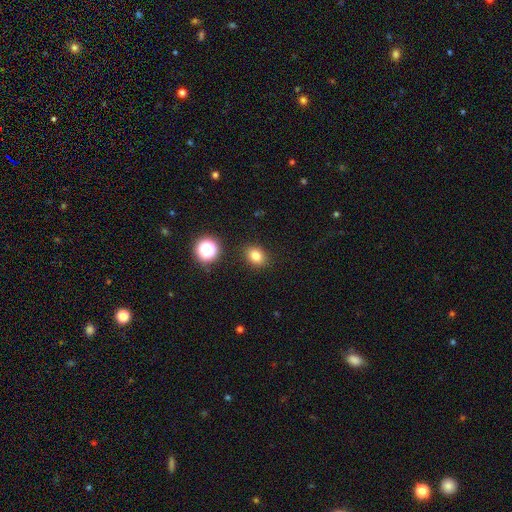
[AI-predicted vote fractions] A smooth galaxy with no disk features (80%) that is in between round and cigar-shaped (59%).

Vote fractions:
- Smooth or featured? smooth: 80% / star or artifact: 14% / featured or disk: 6%
- How rounded? in between: 59% / round: 40% / cigar-shaped: 1%
- Merging? none: 87% / minor disturbance: 9% / major disturbance: 3% / merger: 2%